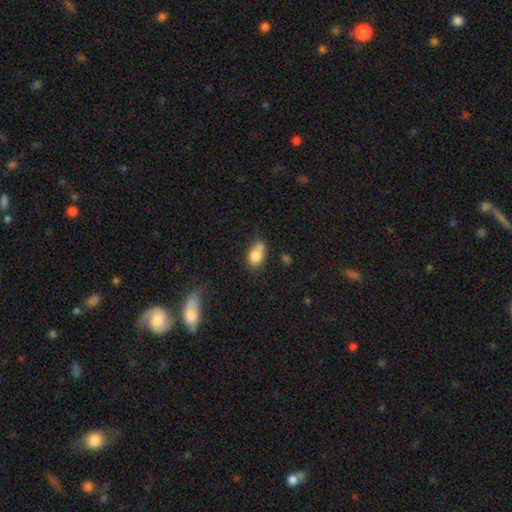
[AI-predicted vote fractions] smooth-or-featured: smooth: 78% | featured or disk: 13% | star or artifact: 10%
  how-rounded: in between: 62% | round: 36% | cigar-shaped: 2%
  merging: none: 38% | merger: 35% | minor disturbance: 20% | major disturbance: 7%